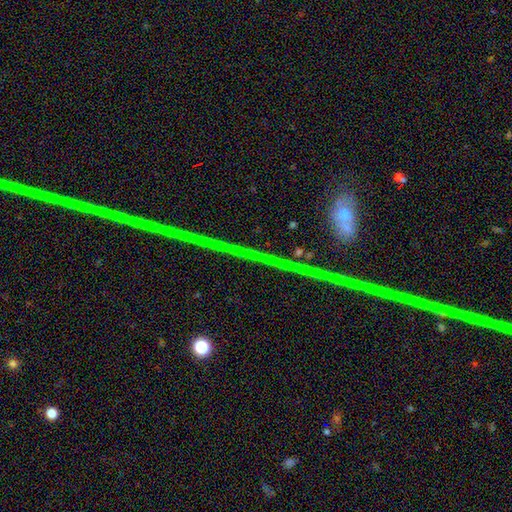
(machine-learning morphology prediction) This appears to be a star or artifact, not a galaxy (77%).